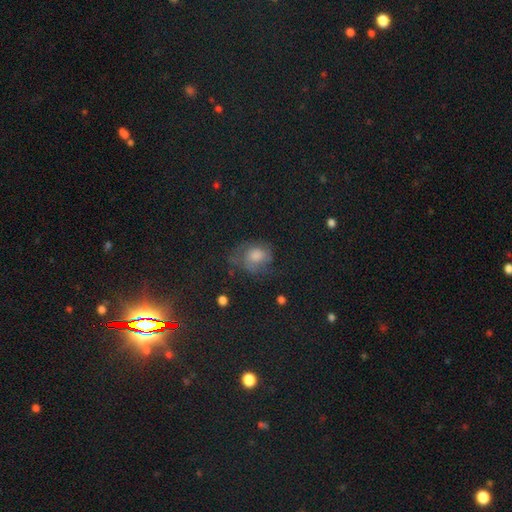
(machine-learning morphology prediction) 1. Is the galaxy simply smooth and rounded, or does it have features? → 41% smooth, 32% featured or disk, 28% star or artifact.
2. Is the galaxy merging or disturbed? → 55% none, 23% minor disturbance, 19% major disturbance, 3% merger.